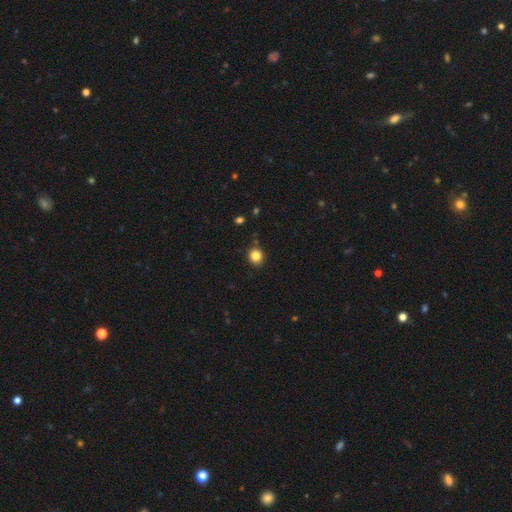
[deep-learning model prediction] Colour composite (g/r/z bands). It shows a smooth galaxy with no disk features (84%) that is round (77%). Merging: none (87%).